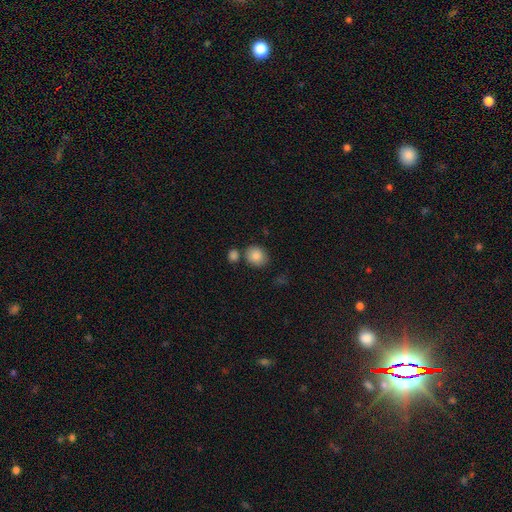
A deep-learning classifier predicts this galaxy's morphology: smooth_or_featured: smooth (p=0.87) [alt: star or artifact p=0.08]
how_rounded: round (p=0.72) [alt: in between p=0.27]
merging: none (p=0.72) [alt: merger p=0.14]